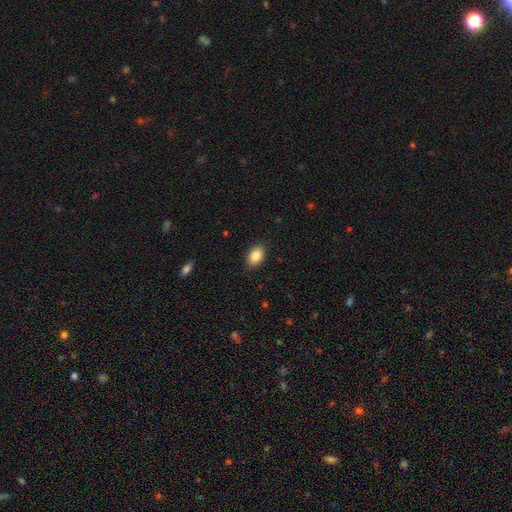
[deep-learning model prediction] Smooth or featured: smooth — 86% (star or artifact — 8%)
How rounded: in between — 86% (round — 13%)
Merging: none — 88% (minor disturbance — 9%)